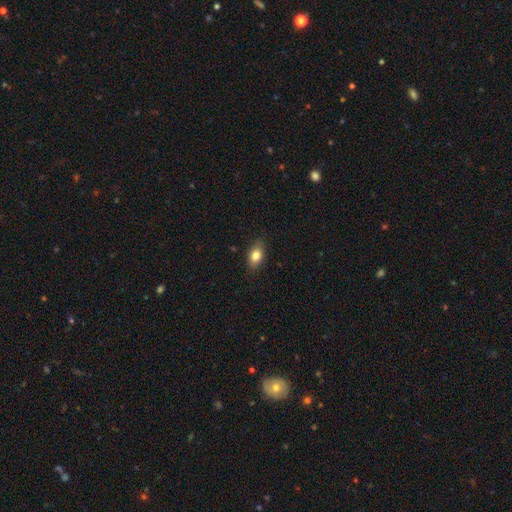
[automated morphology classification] The model was most divided on "smooth or featured": smooth: 80%, featured or disk: 11%, star or artifact: 8%. More confident: merging — none (85%); how rounded — in between (84%).